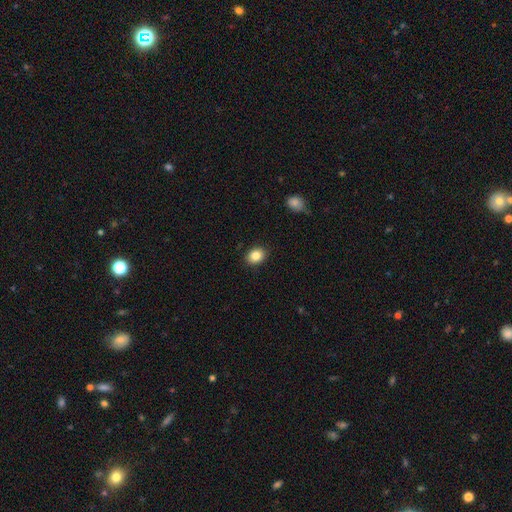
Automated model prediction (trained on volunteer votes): smooth_or_featured: smooth (p=0.85) [alt: star or artifact p=0.09]
how_rounded: in between (p=0.59) [alt: round p=0.40]
merging: none (p=0.89) [alt: minor disturbance p=0.08]